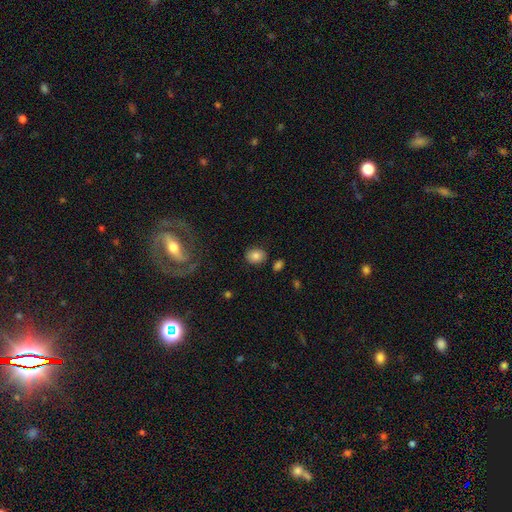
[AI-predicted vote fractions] This is clearly a smooth galaxy (82%). How rounded: possibly in between (51%). Merging: clearly none (82%).